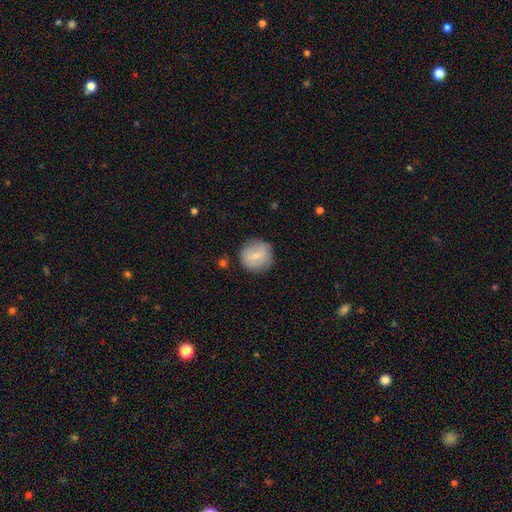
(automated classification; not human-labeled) Morphology: type=smooth (66%); roundness=round (90%); merging=none (80%).